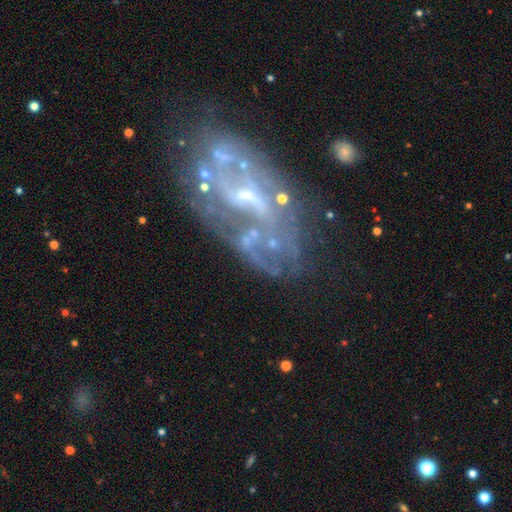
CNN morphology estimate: A featured or disk galaxy (82%) with a weak bar (49%), 2 (56%) medium (41%) spiral arms (79%) and a small central bulge (62%).

Vote fractions:
- Smooth or featured? featured or disk: 82% / star or artifact: 9% / smooth: 9%
- Edge-on disk? no: 96% / yes: 4%
- Bar? weak: 49% / no: 32% / strong: 19%
- Spiral arms? yes: 79% / no: 21%
- Spiral winding? medium: 41% / loose: 38% / tight: 21%
- Spiral arm count? 2: 56% / can't tell: 25% / 3: 7% / 1: 5% / 4: 4% / more than 4: 3%
- Bulge size? small: 62% / moderate: 23% / none: 12% / large: 2% / dominant: 1%
- Merging? none: 53% / minor disturbance: 21% / major disturbance: 18% / merger: 7%